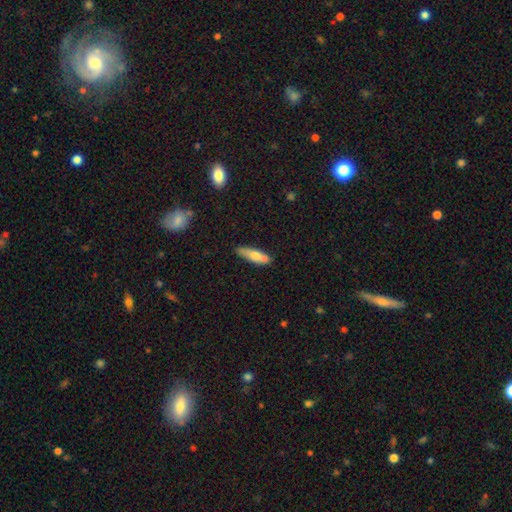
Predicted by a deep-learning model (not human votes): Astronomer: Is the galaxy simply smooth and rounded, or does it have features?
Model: smooth — 66%.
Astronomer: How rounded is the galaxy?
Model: cigar-shaped — 58% (runner-up: in between, 40%).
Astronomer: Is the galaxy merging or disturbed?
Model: none — 64%.